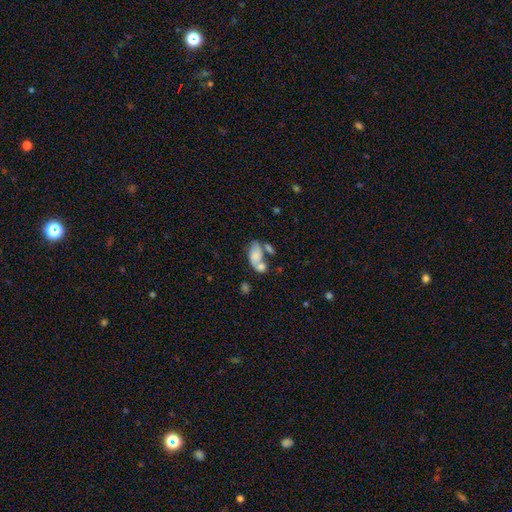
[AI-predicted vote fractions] This is likely a smooth galaxy (68%). How rounded: clearly in between (90%). Merging: possibly merger (49%).